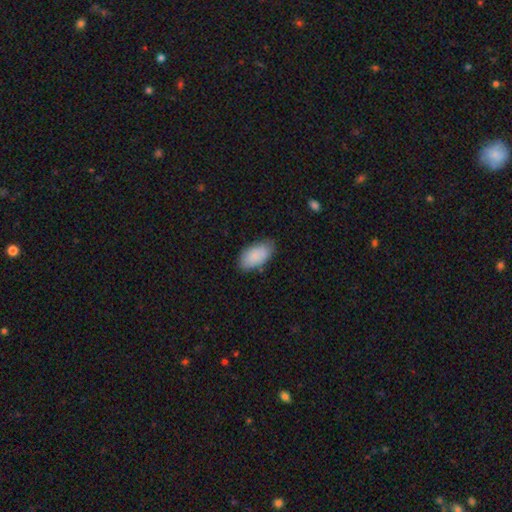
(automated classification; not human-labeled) Overall: smooth (86%). How rounded: in between (95%). Merging: none (74%).